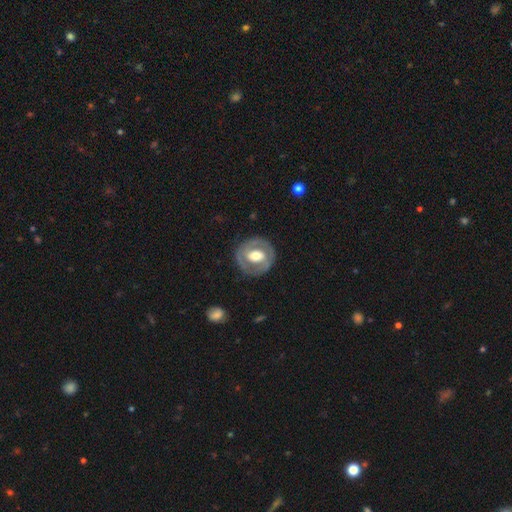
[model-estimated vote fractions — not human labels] smooth-or-featured: featured or disk: 62% | smooth: 33% | star or artifact: 5%
  disk-edge-on: no: 95% | yes: 5%
    bar: no: 48% | weak: 33% | strong: 19%
    has-spiral-arms: no: 68% | yes: 32%
    bulge-size: moderate: 55% | large: 36% | small: 6% | dominant: 2% | none: 1%
  merging: none: 79% | minor disturbance: 13% | major disturbance: 6% | merger: 1%